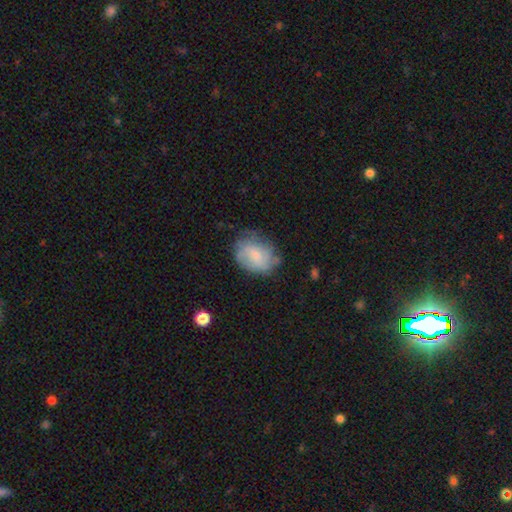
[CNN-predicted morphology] smooth 59%, featured or disk 33%, star or artifact 8%. Down the decision tree: how rounded — in between (57%); merging — none (59%).